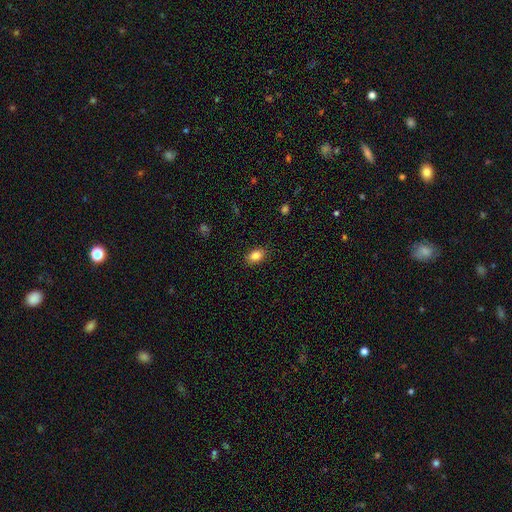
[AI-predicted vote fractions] Smooth or featured: smooth — 84% (star or artifact — 9%)
How rounded: in between — 84% (round — 14%)
Merging: none — 86% (minor disturbance — 10%)